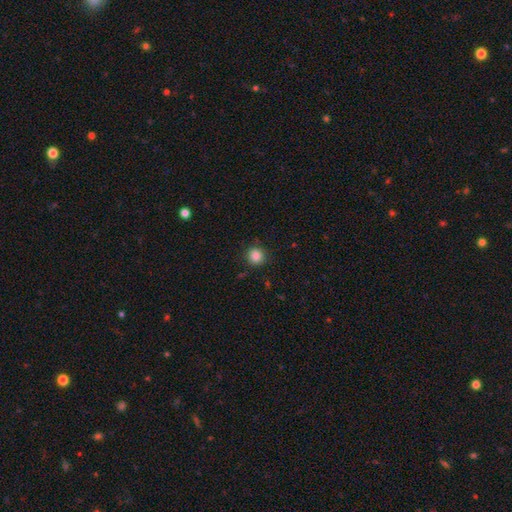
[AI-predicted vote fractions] smooth-or-featured: smooth: 85% | star or artifact: 11% | featured or disk: 4%
  how-rounded: round: 92% | in between: 7% | cigar-shaped: 1%
  merging: none: 88% | minor disturbance: 8% | major disturbance: 2% | merger: 2%